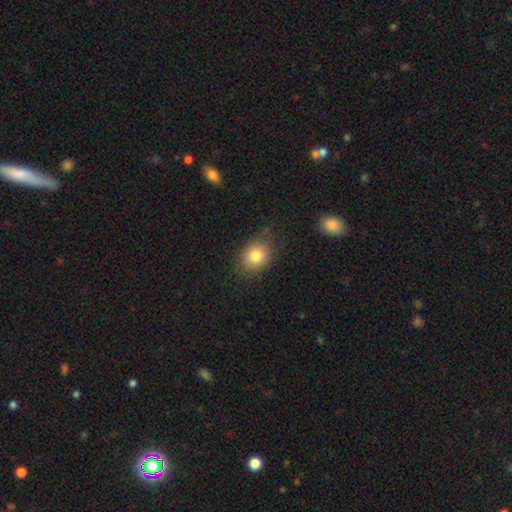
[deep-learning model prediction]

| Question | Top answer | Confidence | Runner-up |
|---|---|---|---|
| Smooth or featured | smooth | 80% | star or artifact (10%) |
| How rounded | in between | 53% | round (46%) |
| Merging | none | 78% | minor disturbance (16%) |